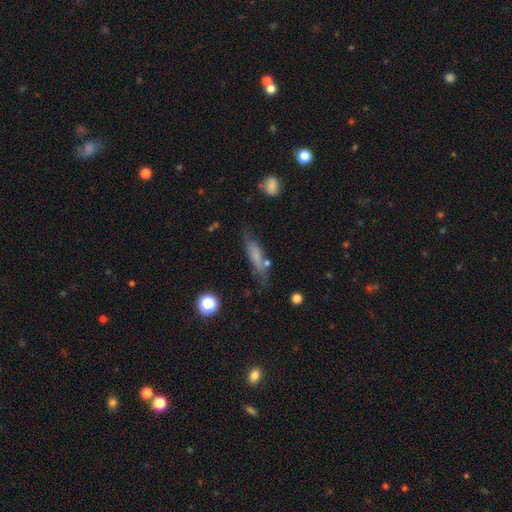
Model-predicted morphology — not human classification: Smooth or featured: smooth — 58% (featured or disk — 32%)
How rounded: cigar-shaped — 66% (in between — 30%)
Merging: none — 59% (minor disturbance — 23%)